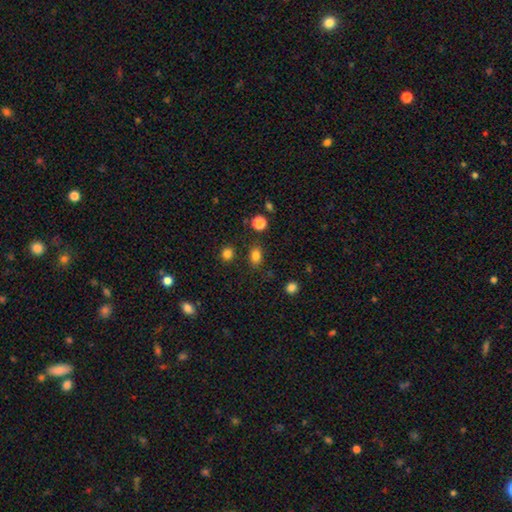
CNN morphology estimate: type=smooth (83%); roundness=in between (65%); merging=none (82%).